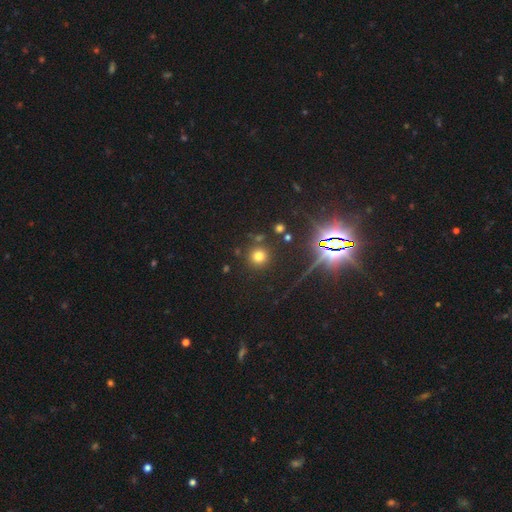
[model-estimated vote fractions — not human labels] The model was most divided on "smooth or featured": smooth: 69%, star or artifact: 23%, featured or disk: 8%. More confident: how rounded — round (94%); merging — none (84%).